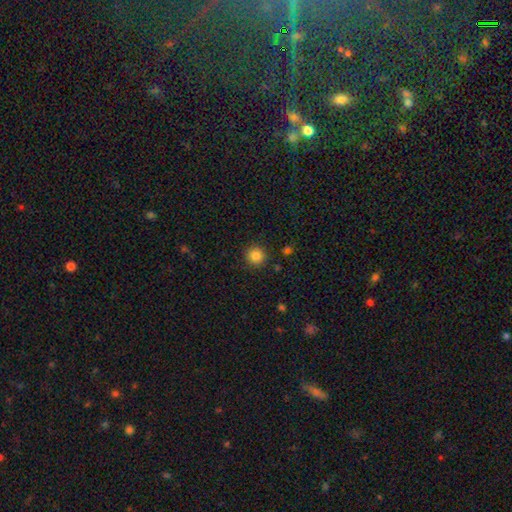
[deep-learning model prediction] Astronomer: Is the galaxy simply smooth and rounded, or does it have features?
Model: smooth — 84%.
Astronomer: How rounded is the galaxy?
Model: round — 94%.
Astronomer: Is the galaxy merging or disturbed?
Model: none — 91%.